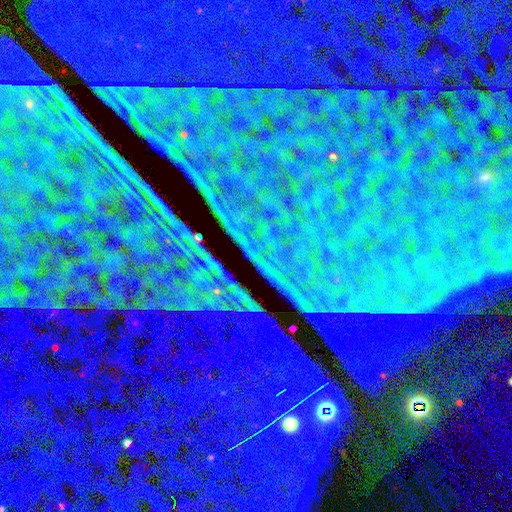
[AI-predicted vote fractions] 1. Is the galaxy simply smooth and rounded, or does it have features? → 86% star or artifact, 7% smooth, 7% featured or disk.